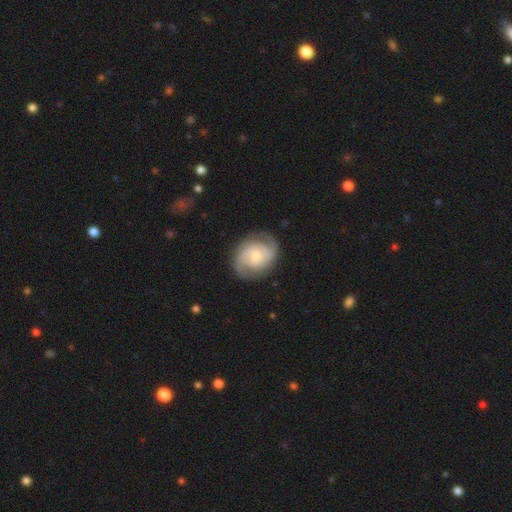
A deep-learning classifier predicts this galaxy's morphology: This is clearly a featured or disk galaxy (84%). It is clearly not viewed edge-on (98%). Bar: possibly no (59%). Spiral arm pattern: clearly yes (97%). Spiral arm count: clearly 2 (84%). Spiral winding: possibly medium (48%). Central bulge: possibly small (49%). Merging: clearly none (81%).